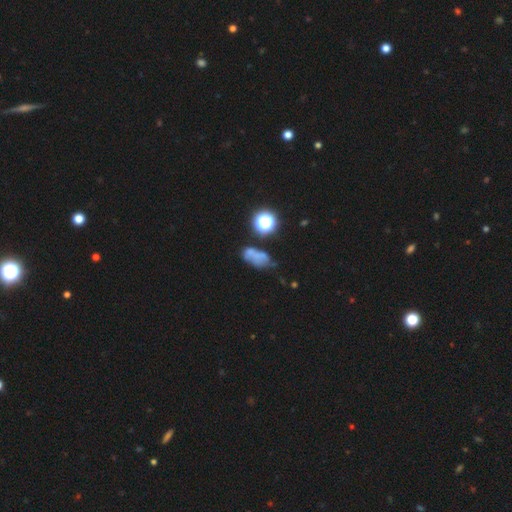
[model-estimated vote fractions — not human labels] Smooth or featured: smooth — 50% (featured or disk — 26%)
How rounded: in between — 72% (round — 23%)
Merging: none — 36% (minor disturbance — 24%)